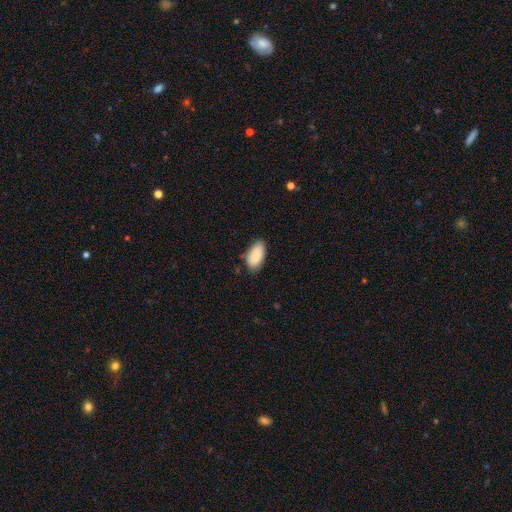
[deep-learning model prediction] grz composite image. It shows a smooth galaxy with no disk features (86%) that is in between round and cigar-shaped (94%). Merging: none (76%).